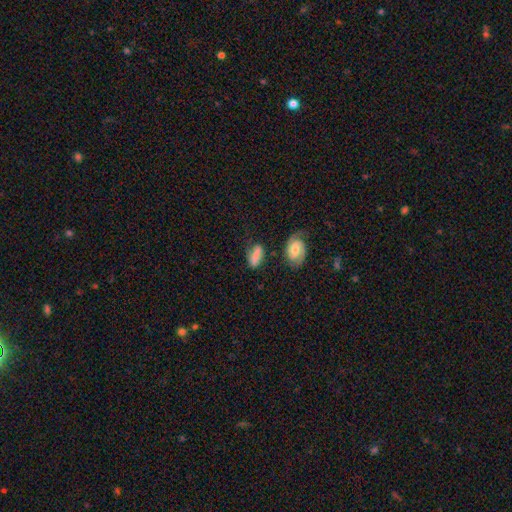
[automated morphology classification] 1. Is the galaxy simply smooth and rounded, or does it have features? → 64% smooth, 27% featured or disk, 9% star or artifact.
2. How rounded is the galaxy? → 70% in between, 25% cigar-shaped, 6% round.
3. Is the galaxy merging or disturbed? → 57% none, 23% minor disturbance, 10% major disturbance, 10% merger.